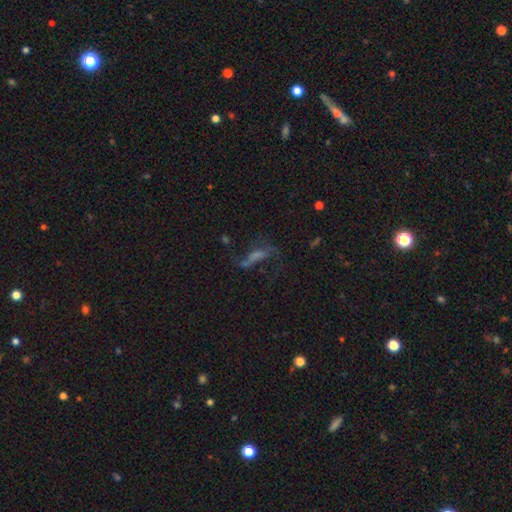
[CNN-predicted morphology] smooth-or-featured: featured or disk: 37% | smooth: 32% | star or artifact: 31%
  merging: none: 43% | major disturbance: 31% | minor disturbance: 19% | merger: 8%